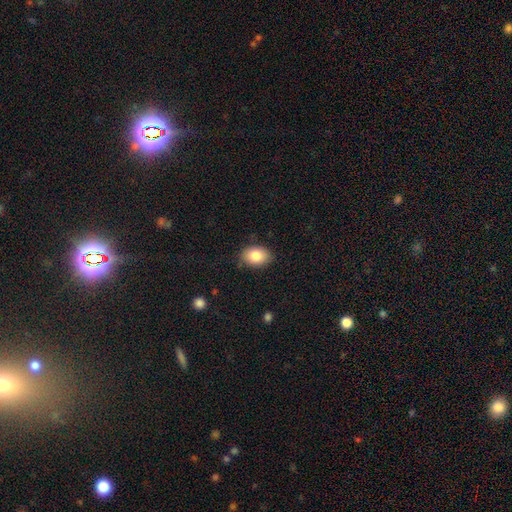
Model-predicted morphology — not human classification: smooth 84%, featured or disk 8%, star or artifact 8%. Down the decision tree: how rounded — in between (81%); merging — none (83%).